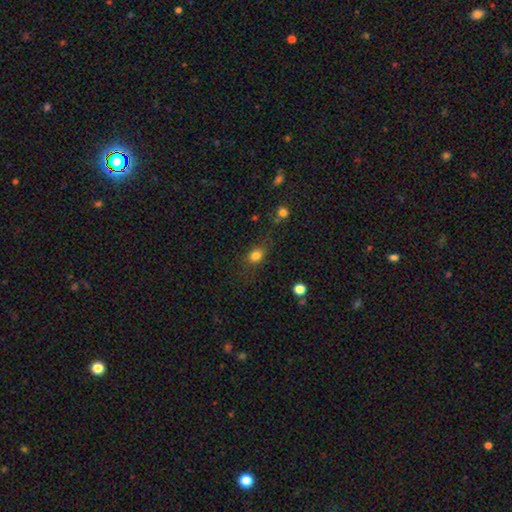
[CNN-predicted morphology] smooth-or-featured: smooth: 81% | star or artifact: 12% | featured or disk: 7%
  how-rounded: in between: 54% | round: 45% | cigar-shaped: 2%
  merging: none: 73% | minor disturbance: 17% | major disturbance: 7% | merger: 3%